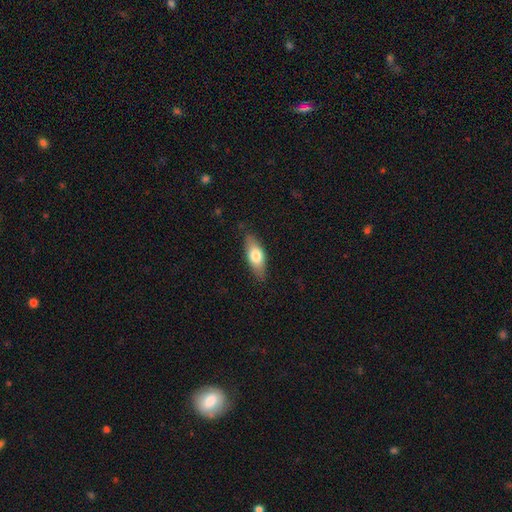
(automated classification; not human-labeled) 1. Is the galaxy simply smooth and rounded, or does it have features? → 69% smooth, 25% featured or disk, 6% star or artifact.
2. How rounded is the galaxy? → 75% in between, 22% cigar-shaped, 3% round.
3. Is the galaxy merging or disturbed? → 83% none, 13% minor disturbance, 3% major disturbance, 1% merger.